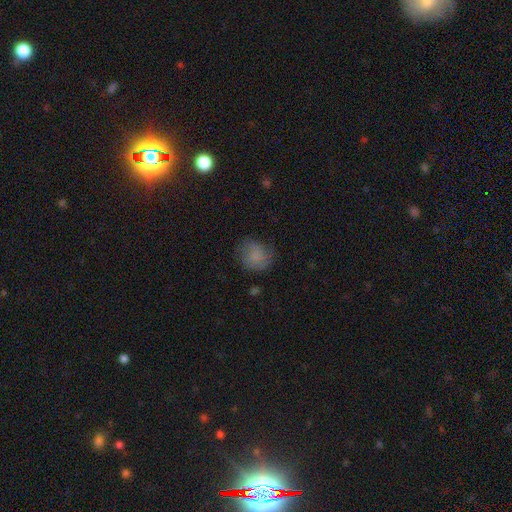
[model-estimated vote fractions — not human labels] Smooth or featured: smooth — 74% (featured or disk — 17%)
How rounded: round — 81% (in between — 18%)
Merging: none — 66% (minor disturbance — 23%)